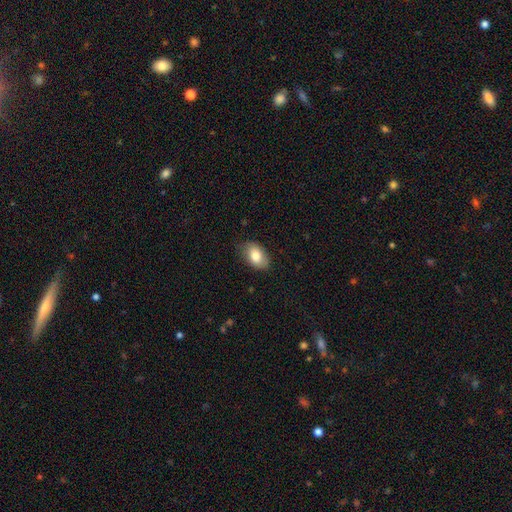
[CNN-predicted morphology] Smooth or featured? Predicted: smooth (p=0.80). How rounded? Predicted: in between (p=0.88). Merging? Predicted: none (p=0.78).